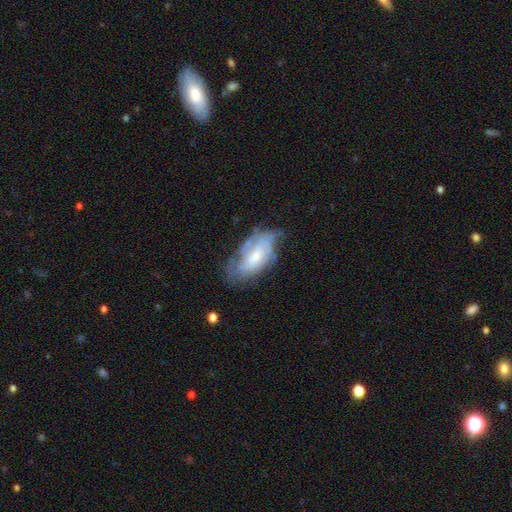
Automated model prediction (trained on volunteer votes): Smooth or featured: featured or disk — 63% (smooth — 30%)
Edge-on disk: no — 91% (yes — 9%)
Bar: no — 55% (weak — 37%)
Spiral arms: yes — 74% (no — 26%)
Bulge size: small — 45% (moderate — 39%)
Merging: none — 51% (minor disturbance — 30%)